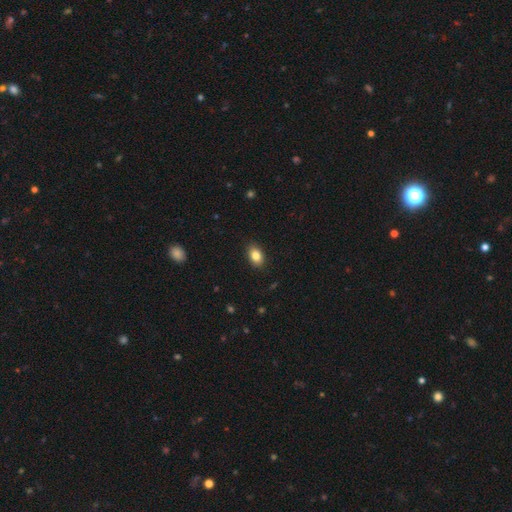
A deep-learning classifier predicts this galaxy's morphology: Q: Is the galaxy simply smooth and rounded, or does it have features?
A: smooth — 84%.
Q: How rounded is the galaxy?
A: in between — 85%.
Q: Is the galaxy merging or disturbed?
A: none — 89%.